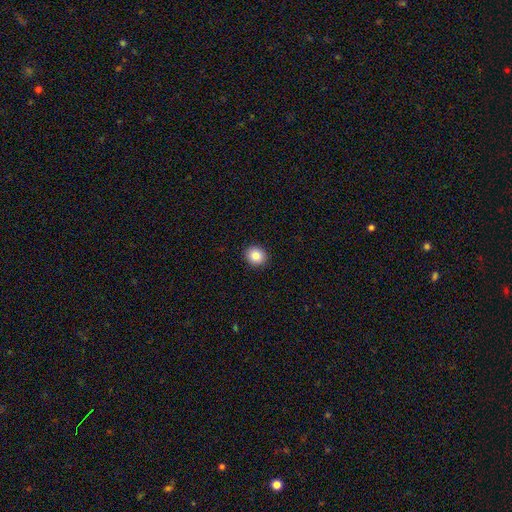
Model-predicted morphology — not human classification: smooth_or_featured: smooth (p=0.85) [alt: star or artifact p=0.09]
how_rounded: round (p=0.81) [alt: in between p=0.18]
merging: none (p=0.92) [alt: minor disturbance p=0.05]